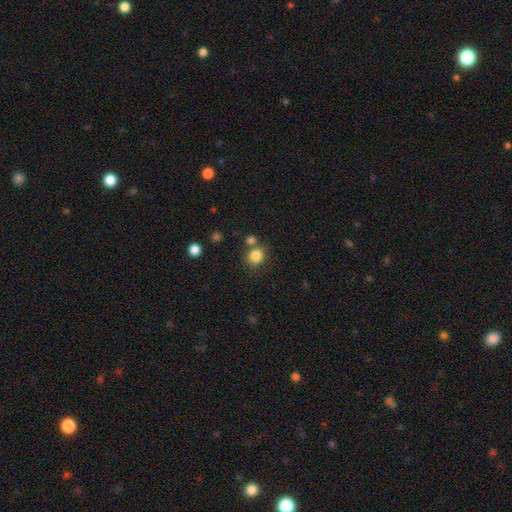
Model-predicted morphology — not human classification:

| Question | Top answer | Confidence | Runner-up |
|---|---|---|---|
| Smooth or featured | smooth | 84% | star or artifact (11%) |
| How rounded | round | 78% | in between (21%) |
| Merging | none | 67% | merger (18%) |